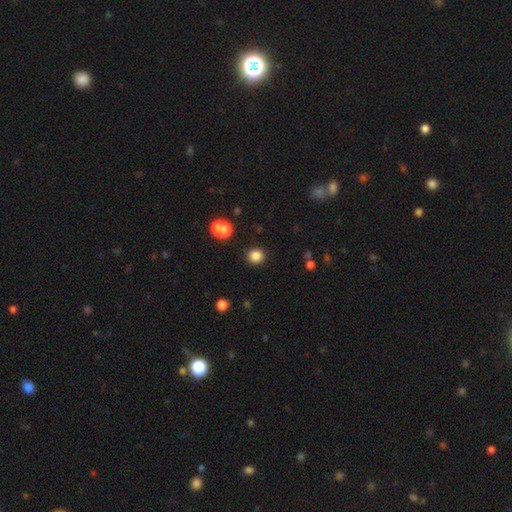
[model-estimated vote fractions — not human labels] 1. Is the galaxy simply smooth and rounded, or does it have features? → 84% smooth, 12% star or artifact, 4% featured or disk.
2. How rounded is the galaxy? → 86% round, 13% in between, 1% cigar-shaped.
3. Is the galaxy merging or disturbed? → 88% none, 6% minor disturbance, 4% merger, 2% major disturbance.